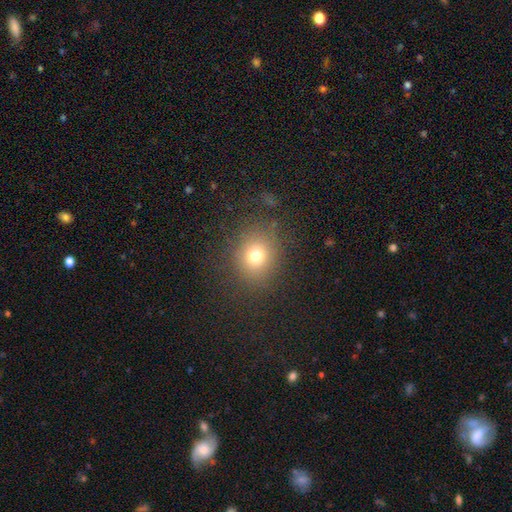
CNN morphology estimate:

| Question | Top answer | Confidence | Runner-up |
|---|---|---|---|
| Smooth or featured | smooth | 73% | star or artifact (17%) |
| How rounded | round | 74% | in between (25%) |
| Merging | none | 83% | minor disturbance (10%) |